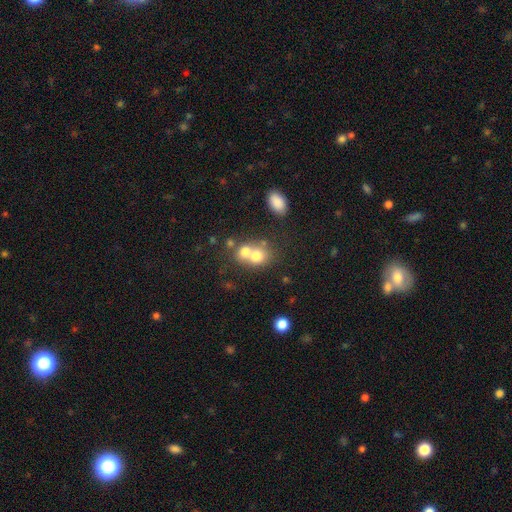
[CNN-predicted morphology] The model was most divided on "how rounded": round: 65%, in between: 34%, cigar-shaped: 1%. More confident: smooth or featured — smooth (69%); merging — merger (63%).